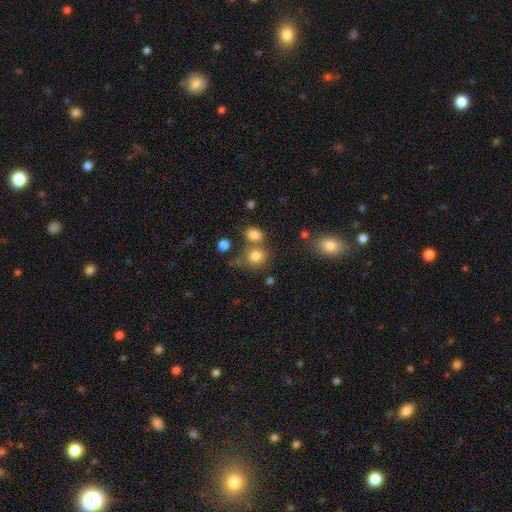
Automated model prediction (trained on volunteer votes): smooth-or-featured: smooth: 79% | star or artifact: 13% | featured or disk: 8%
  how-rounded: round: 71% | in between: 28% | cigar-shaped: 1%
  merging: none: 54% | merger: 31% | minor disturbance: 11% | major disturbance: 5%